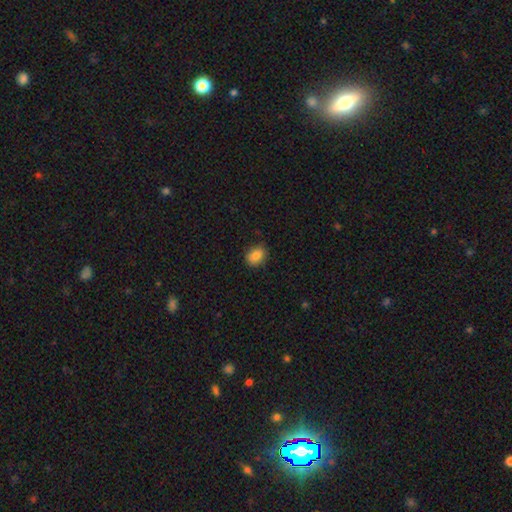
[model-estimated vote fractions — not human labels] Smooth or featured? Predicted: smooth (p=0.86). How rounded? Predicted: in between (p=0.54). Merging? Predicted: none (p=0.81).